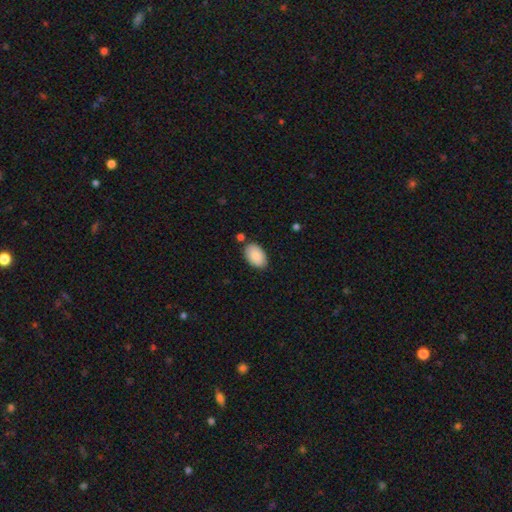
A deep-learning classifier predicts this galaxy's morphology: Smooth or featured: smooth — 87% (featured or disk — 7%)
How rounded: in between — 93% (round — 6%)
Merging: none — 82% (minor disturbance — 12%)